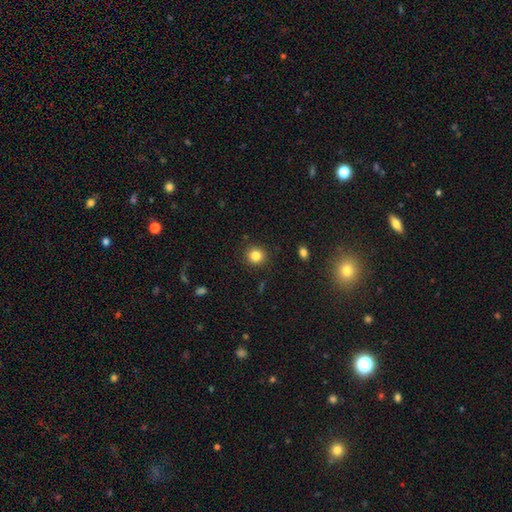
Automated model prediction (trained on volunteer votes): Q: Smooth or featured?
A: smooth (84%); runner-up: star or artifact (11%)
Q: How rounded?
A: round (89%); runner-up: in between (10%)
Q: Merging?
A: none (89%); runner-up: minor disturbance (7%)